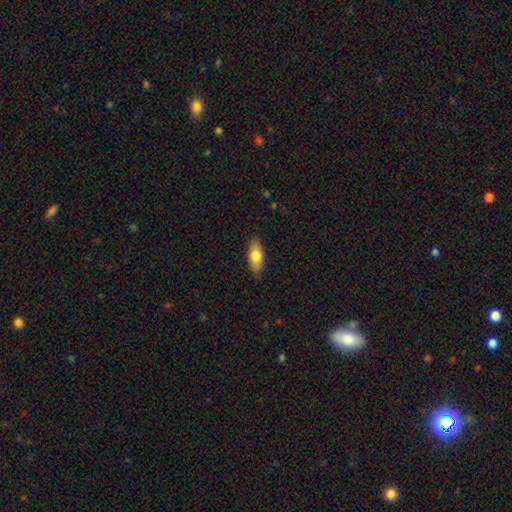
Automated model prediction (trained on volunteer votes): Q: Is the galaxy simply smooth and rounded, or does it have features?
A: smooth — 71%.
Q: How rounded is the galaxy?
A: in between — 78%.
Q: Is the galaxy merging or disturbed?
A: none — 85%.